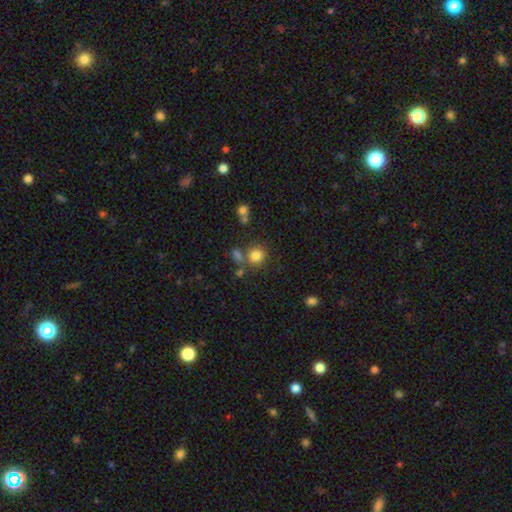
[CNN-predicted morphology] Overall: smooth (81%). How rounded: round (86%). Merging: none (69%).